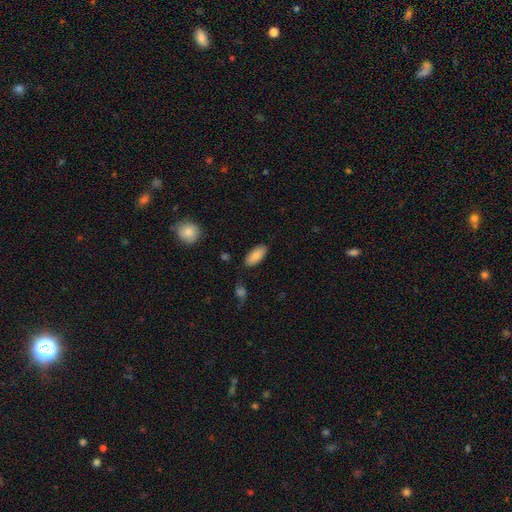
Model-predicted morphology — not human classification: The model was most divided on "merging": none: 84%, minor disturbance: 11%, major disturbance: 3%, merger: 2%. More confident: how rounded — in between (89%); smooth or featured — smooth (87%).